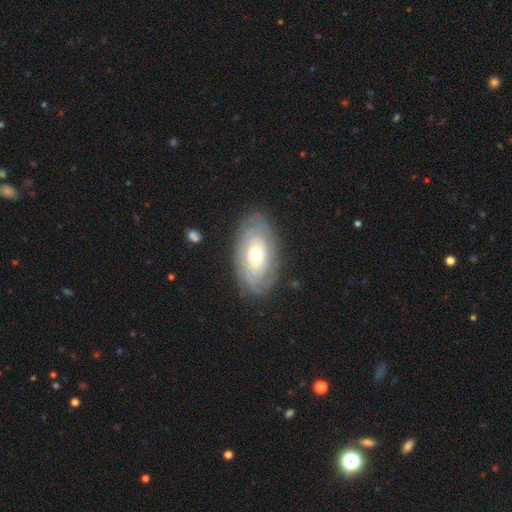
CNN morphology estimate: type=featured or disk (70%); edge-on=no (93%); bar=no (81%); spiral arms=yes (73%); bulge=moderate (67%); merging=none (81%).